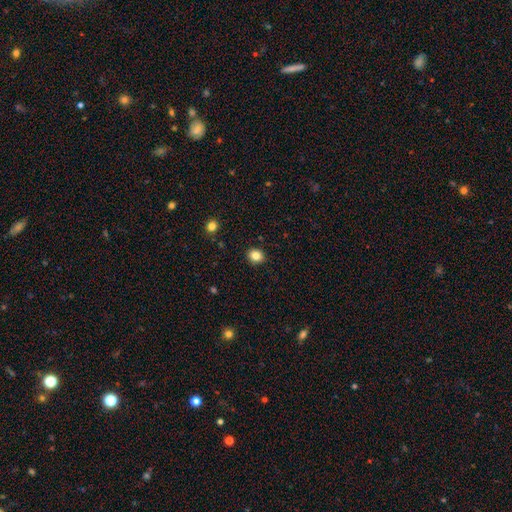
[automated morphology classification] Smooth or featured? Predicted: smooth (p=0.84). How rounded? Predicted: round (p=0.69). Merging? Predicted: none (p=0.91).